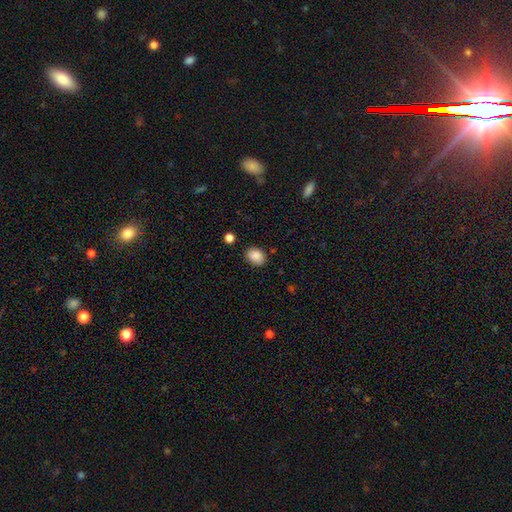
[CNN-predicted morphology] A smooth galaxy with no disk features (88%) that is in between round and cigar-shaped (70%). Merging: none (83%).